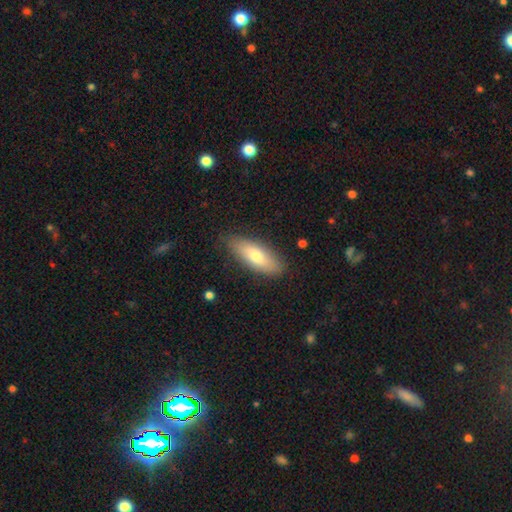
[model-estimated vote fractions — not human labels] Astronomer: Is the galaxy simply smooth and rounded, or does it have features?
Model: smooth — 70%.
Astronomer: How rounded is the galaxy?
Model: in between — 67%.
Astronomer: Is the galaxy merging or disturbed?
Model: none — 82%.